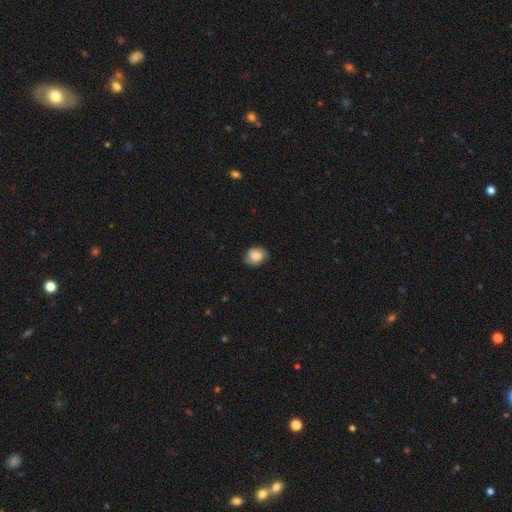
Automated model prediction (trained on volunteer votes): smooth_or_featured: smooth (p=0.85) [alt: star or artifact p=0.08]
how_rounded: round (p=0.55) [alt: in between p=0.44]
merging: none (p=0.79) [alt: minor disturbance p=0.17]